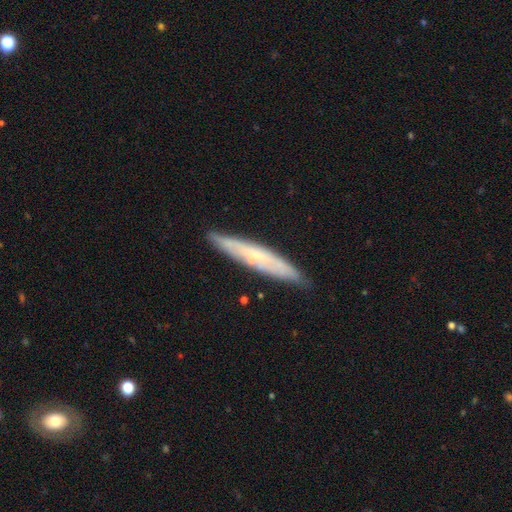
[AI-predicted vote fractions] This appears to be a featured or disk galaxy (53%) viewed edge-on (78%). Merging: none (83%).